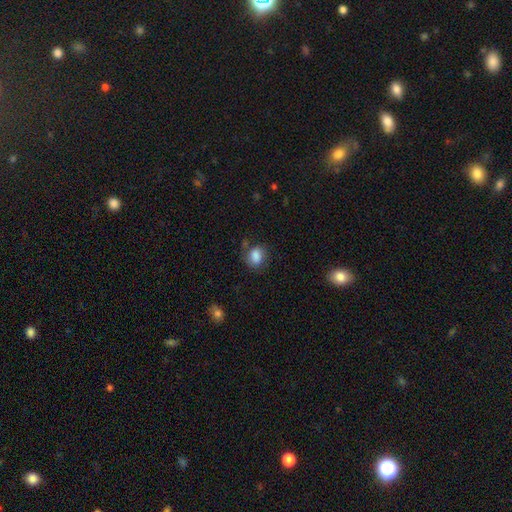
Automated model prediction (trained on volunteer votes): Smooth or featured? smooth (83%)
How rounded? in between (52%)
Merging? none (65%)